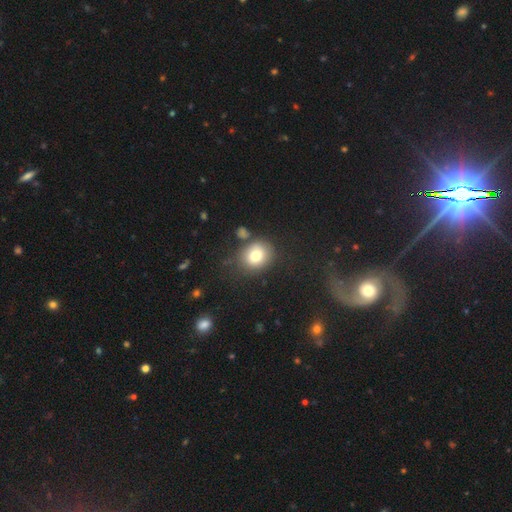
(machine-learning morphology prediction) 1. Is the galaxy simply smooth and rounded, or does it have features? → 77% smooth, 12% star or artifact, 11% featured or disk.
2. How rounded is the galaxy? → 70% round, 29% in between, 1% cigar-shaped.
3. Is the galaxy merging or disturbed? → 75% none, 13% minor disturbance, 7% merger, 5% major disturbance.